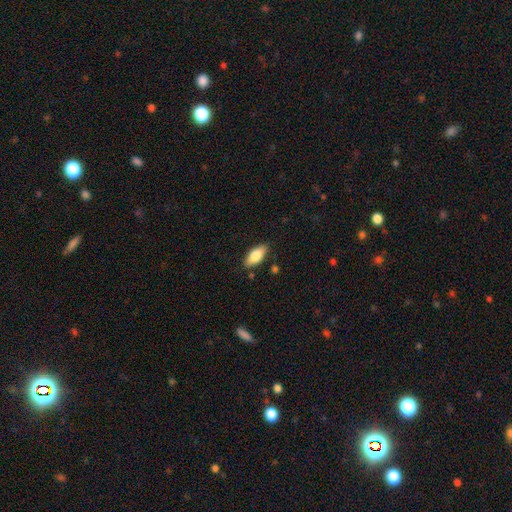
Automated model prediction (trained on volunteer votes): Q: Smooth or featured?
A: smooth (80%); runner-up: featured or disk (14%)
Q: How rounded?
A: in between (86%); runner-up: cigar-shaped (12%)
Q: Merging?
A: none (83%); runner-up: minor disturbance (12%)